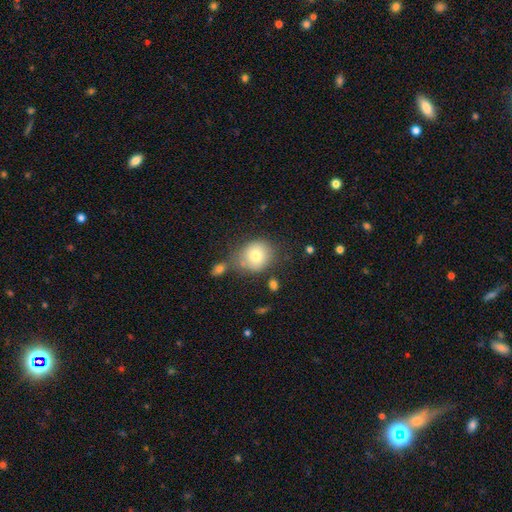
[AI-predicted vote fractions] Smooth or featured?
  - smooth: 77% *
  - featured or disk: 14%
  - star or artifact: 9%
How rounded?
  - round: 74% *
  - in between: 25%
  - cigar-shaped: 1%
Merging?
  - none: 62% *
  - minor disturbance: 17%
  - merger: 14%
  - major disturbance: 6%